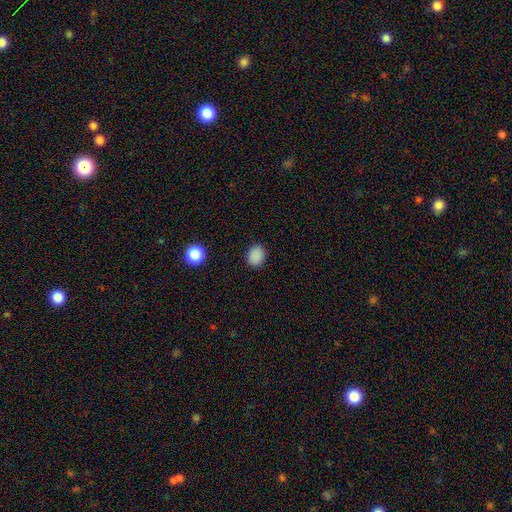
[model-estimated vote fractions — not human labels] Q: Smooth or featured?
A: smooth (87%); runner-up: star or artifact (11%)
Q: How rounded?
A: round (57%); runner-up: in between (42%)
Q: Merging?
A: none (89%); runner-up: minor disturbance (8%)